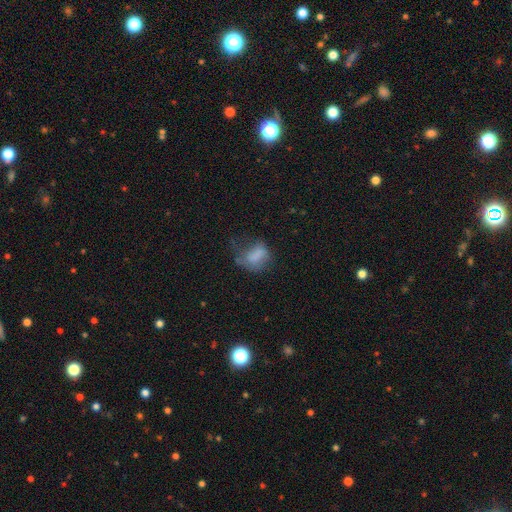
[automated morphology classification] A smooth galaxy with no disk features (67%) that is in between round and cigar-shaped (72%).

Vote fractions:
- Smooth or featured? smooth: 67% / featured or disk: 21% / star or artifact: 12%
- How rounded? in between: 72% / round: 26% / cigar-shaped: 3%
- Merging? major disturbance: 40% / none: 28% / minor disturbance: 28% / merger: 4%